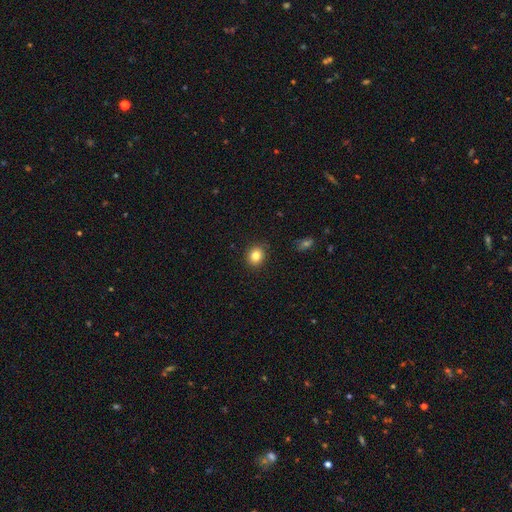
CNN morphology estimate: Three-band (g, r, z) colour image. It shows a smooth galaxy with no disk features (83%) that is round (74%). Merging: none (89%).